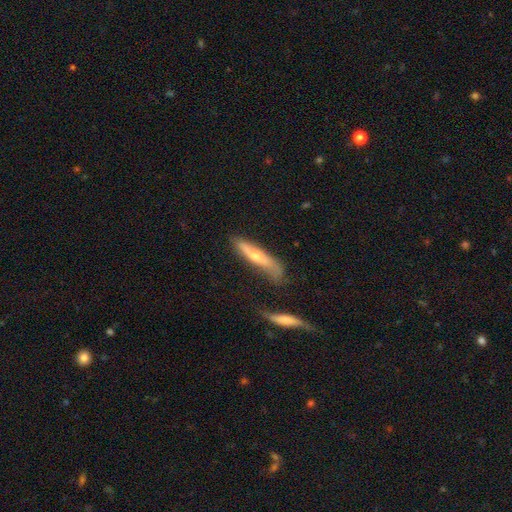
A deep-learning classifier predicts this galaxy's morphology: Overall: featured or disk (47%; smooth 46%). Merging: none (60%; minor disturbance 25%).